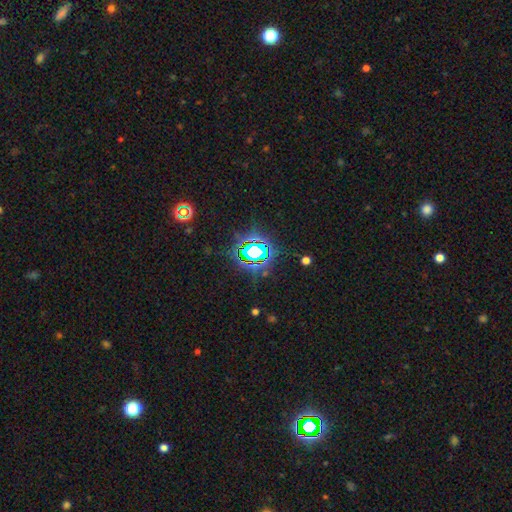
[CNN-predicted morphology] The model was most divided on "smooth or featured": star or artifact: 69%, smooth: 19%, featured or disk: 13%.